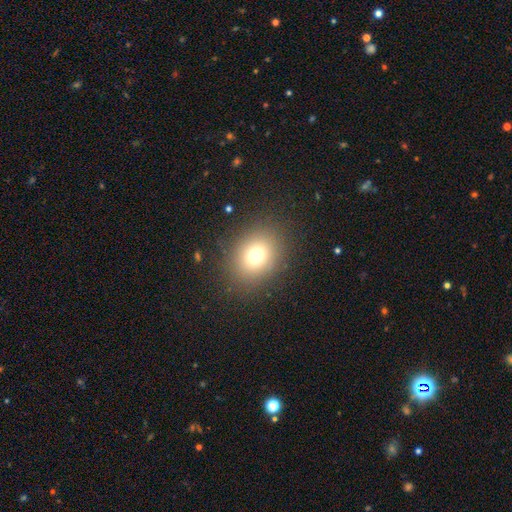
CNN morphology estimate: smooth_or_featured: smooth (p=0.73) [alt: star or artifact p=0.16]
how_rounded: round (p=0.58) [alt: in between p=0.41]
merging: none (p=0.86) [alt: minor disturbance p=0.08]